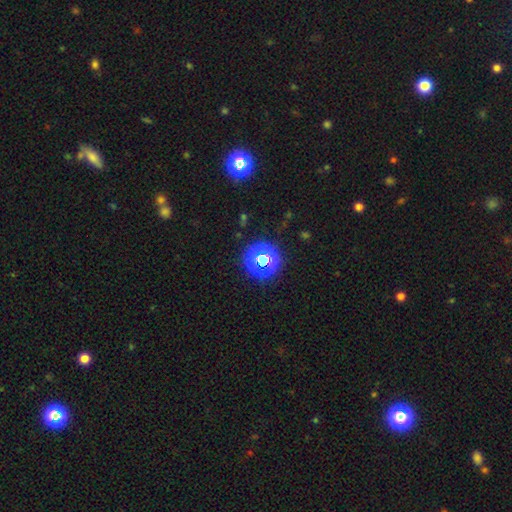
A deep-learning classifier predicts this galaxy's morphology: Q: Smooth or featured?
A: star or artifact (52%); runner-up: smooth (42%)